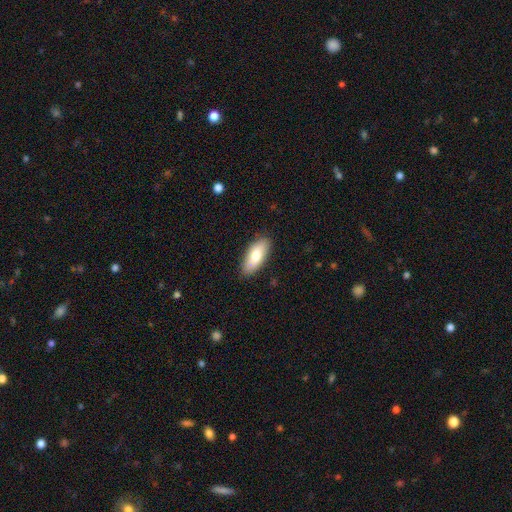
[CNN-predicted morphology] Smooth or featured? Predicted: smooth (p=0.78). How rounded? Predicted: in between (p=0.81). Merging? Predicted: none (p=0.87).